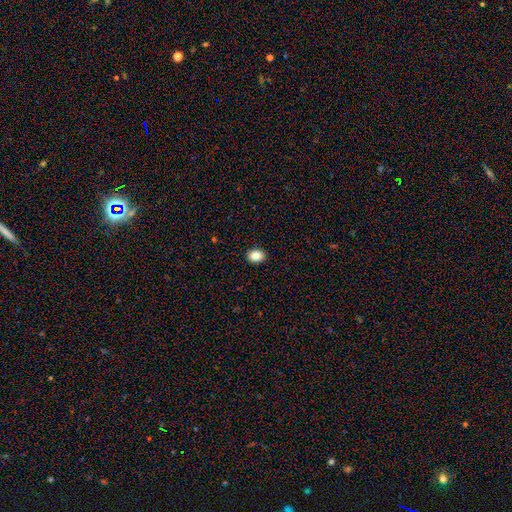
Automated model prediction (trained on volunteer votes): Q: Smooth or featured?
A: smooth (84%); runner-up: star or artifact (10%)
Q: How rounded?
A: in between (56%); runner-up: round (43%)
Q: Merging?
A: none (92%); runner-up: minor disturbance (6%)